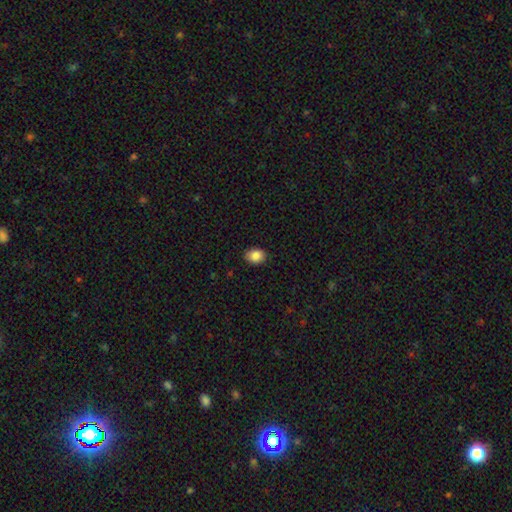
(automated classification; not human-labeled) Overall: smooth (87%). How rounded: in between (58%; round 41%). Merging: none (88%).